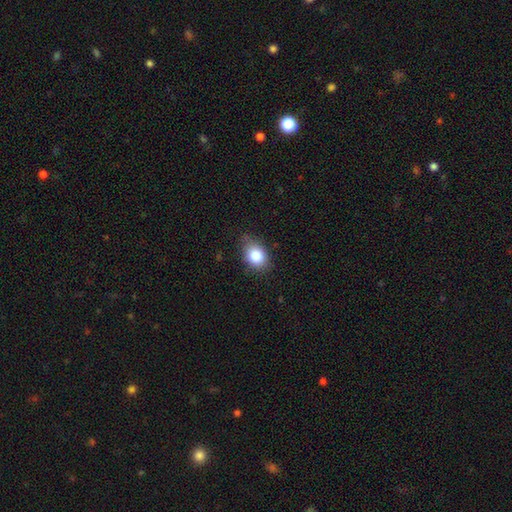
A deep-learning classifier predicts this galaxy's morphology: Smooth or featured? Predicted: smooth (p=0.82). How rounded? Predicted: in between (p=0.67). Merging? Predicted: none (p=0.70).